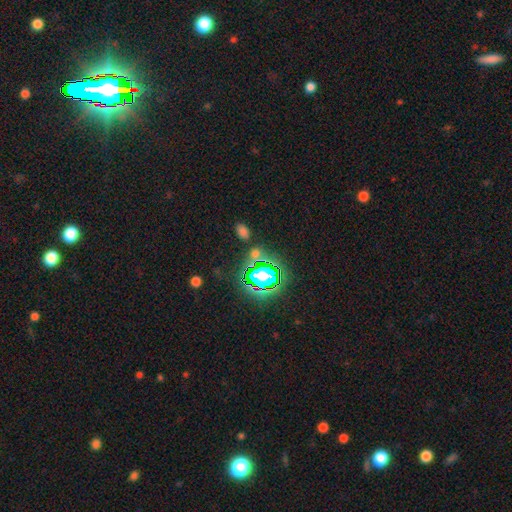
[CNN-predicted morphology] Overall: star or artifact (67%).